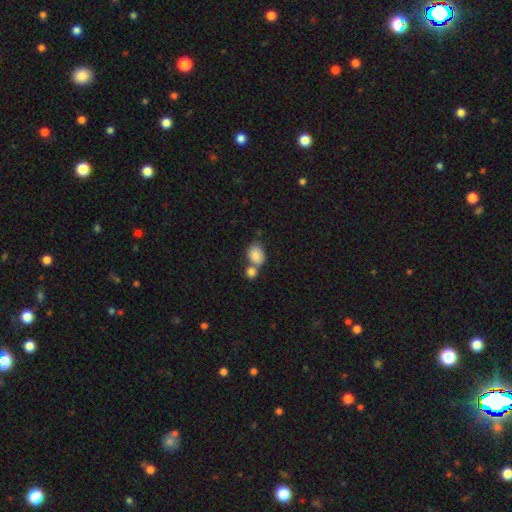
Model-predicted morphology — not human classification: smooth-or-featured: smooth: 84% | star or artifact: 8% | featured or disk: 8%
  how-rounded: in between: 62% | round: 37% | cigar-shaped: 1%
  merging: merger: 45% | none: 41% | minor disturbance: 10% | major disturbance: 3%